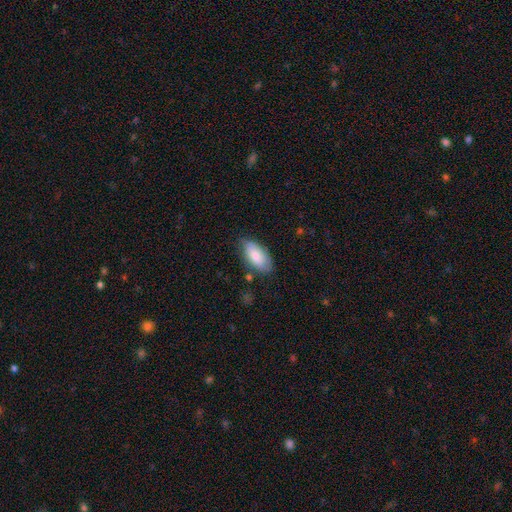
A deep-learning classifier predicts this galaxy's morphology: type=smooth (78%); roundness=in between (92%); merging=none (69%).